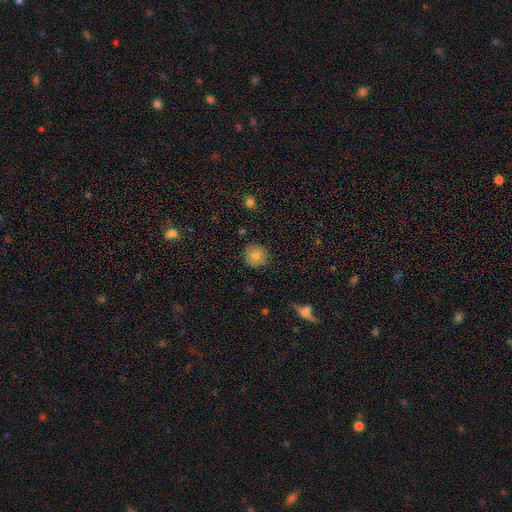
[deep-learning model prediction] Smooth or featured? Predicted: smooth (p=0.78). How rounded? Predicted: round (p=0.93). Merging? Predicted: none (p=0.85).